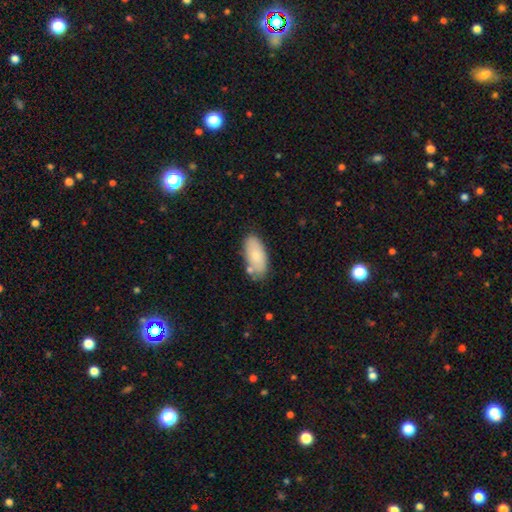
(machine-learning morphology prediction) A smooth galaxy with no disk features (80%) that is in between round and cigar-shaped (91%).

Vote fractions:
- Smooth or featured? smooth: 80% / featured or disk: 14% / star or artifact: 6%
- How rounded? in between: 91% / cigar-shaped: 7% / round: 2%
- Merging? none: 72% / minor disturbance: 18% / merger: 7% / major disturbance: 4%